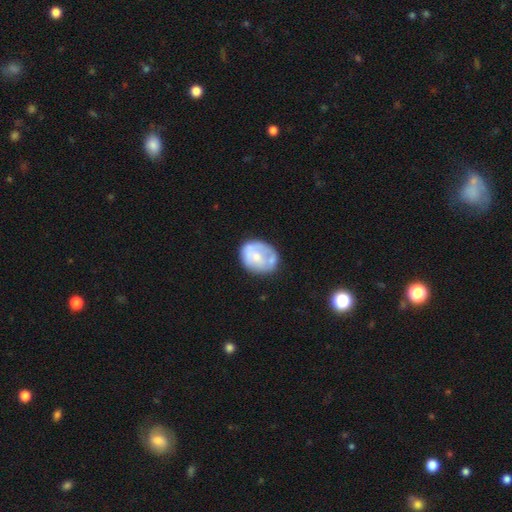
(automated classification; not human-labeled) This appears to be a smooth galaxy with no disk features (50%) that is round (56%). Merging: none (51%).